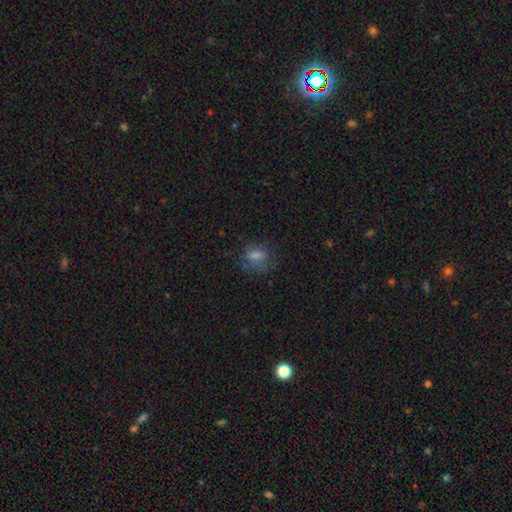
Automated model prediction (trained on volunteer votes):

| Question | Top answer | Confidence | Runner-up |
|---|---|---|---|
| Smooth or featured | smooth | 64% | star or artifact (20%) |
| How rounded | in between | 55% | round (42%) |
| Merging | none | 65% | minor disturbance (20%) |